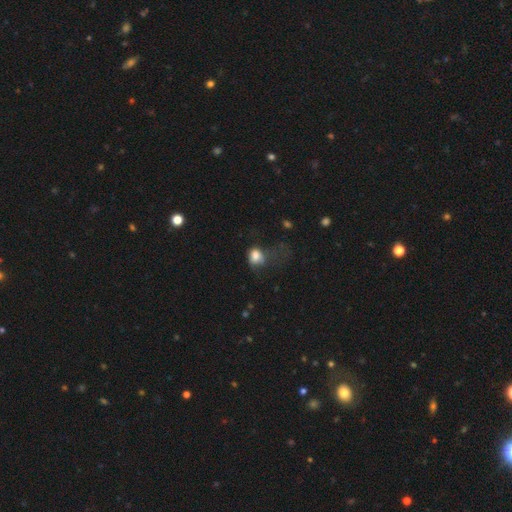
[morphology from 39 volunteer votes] Smooth or featured?
  - smooth: 82% *
  - featured or disk: 10%
  - star or artifact: 8%
How rounded?
  - round: 50% * (tied)
  - in between: 50% * (tied)
  - cigar-shaped: 0%
Merging?
  - major disturbance: 47% *
  - minor disturbance: 33%
  - none: 19%
  - merger: 0%